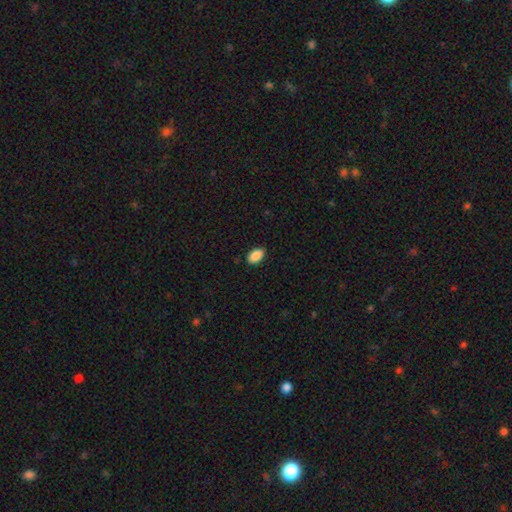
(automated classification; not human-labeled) Morphology: type=smooth (90%); roundness=in between (93%); merging=none (87%).